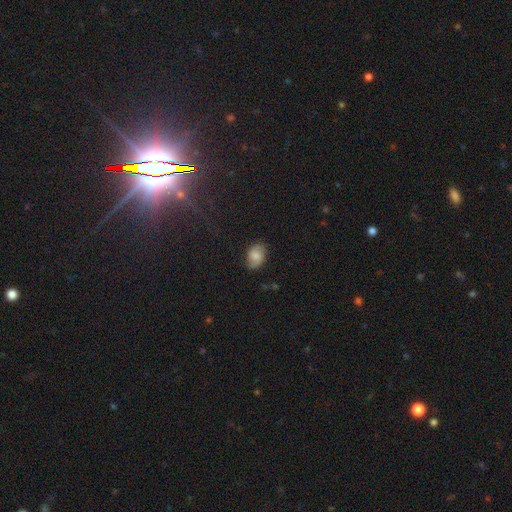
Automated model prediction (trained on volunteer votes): A smooth galaxy with no disk features (67%) that is in between round and cigar-shaped (77%). Merging: none (79%).